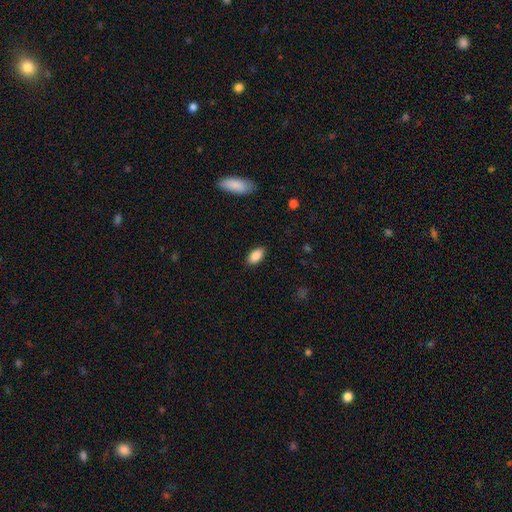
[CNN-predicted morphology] Overall: smooth (88%). How rounded: in between (91%). Merging: none (87%).